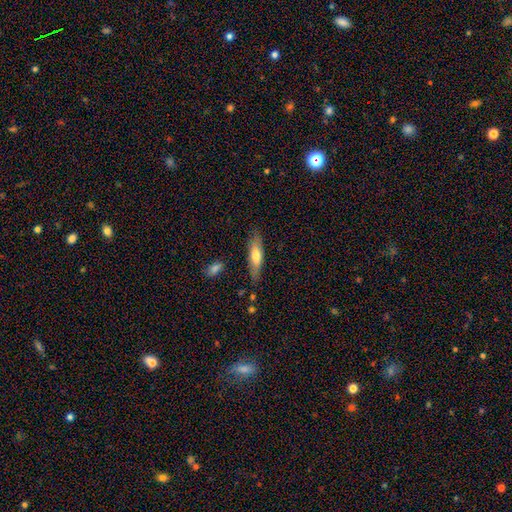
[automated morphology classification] type=smooth (66%); roundness=cigar-shaped (59%); merging=none (79%).